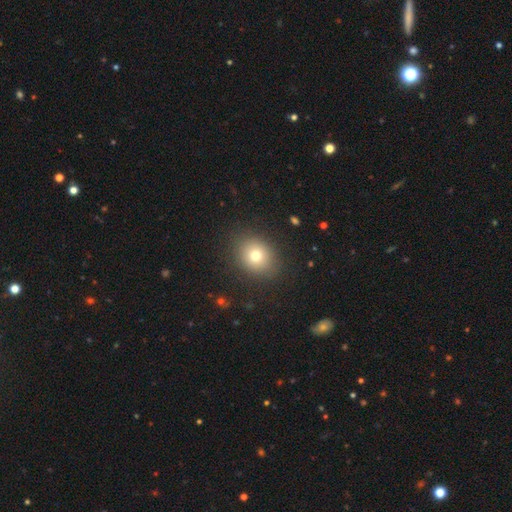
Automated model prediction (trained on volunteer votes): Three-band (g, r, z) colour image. It shows a smooth galaxy with no disk features (74%) that is round (64%). Merging: none (87%).